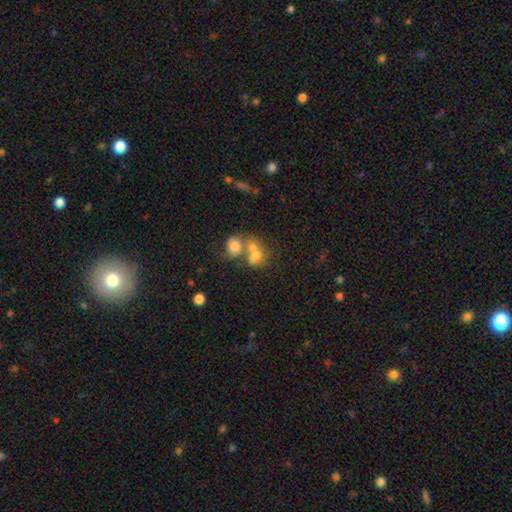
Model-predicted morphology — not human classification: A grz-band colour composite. It shows a smooth galaxy with no disk features (62%) that is in between round and cigar-shaped (54%). Merging: merger (60%).